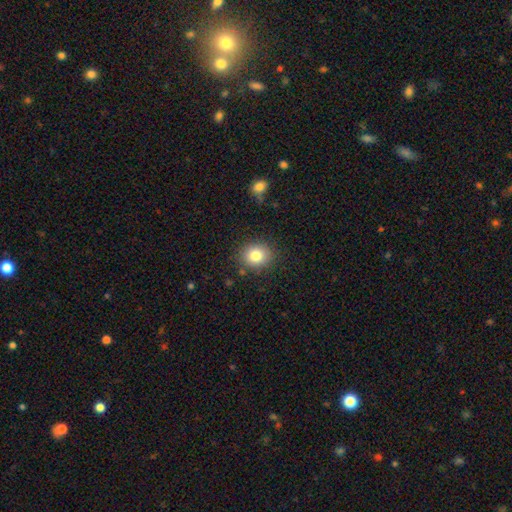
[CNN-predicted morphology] A smooth galaxy with no disk features (81%) that is round (68%).

Vote fractions:
- Smooth or featured? smooth: 81% / star or artifact: 11% / featured or disk: 8%
- How rounded? round: 68% / in between: 31% / cigar-shaped: 1%
- Merging? none: 86% / minor disturbance: 10% / major disturbance: 3% / merger: 2%